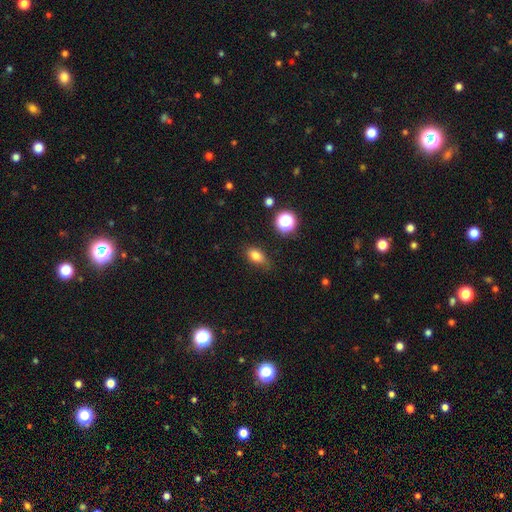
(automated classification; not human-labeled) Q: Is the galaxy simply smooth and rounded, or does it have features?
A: smooth — 80%.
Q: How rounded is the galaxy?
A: in between — 80%.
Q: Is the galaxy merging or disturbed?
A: none — 72%.